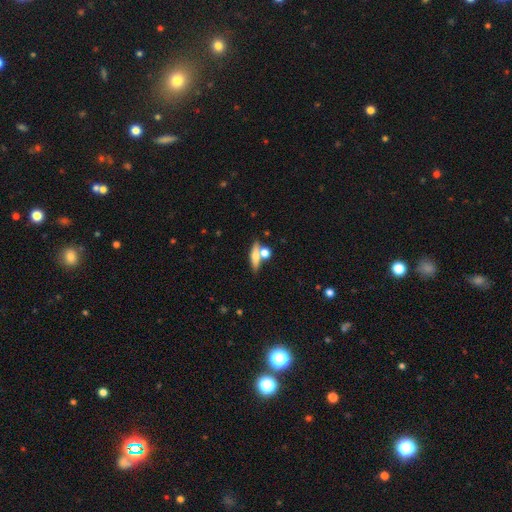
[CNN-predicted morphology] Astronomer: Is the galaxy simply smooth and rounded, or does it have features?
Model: smooth — 60%.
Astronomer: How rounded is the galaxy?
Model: cigar-shaped — 51% (runner-up: in between, 37%).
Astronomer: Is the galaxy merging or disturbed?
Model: none — 54% (runner-up: merger, 30%).